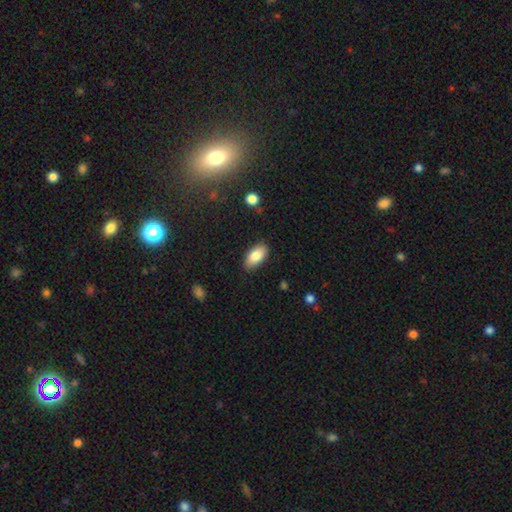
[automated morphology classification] Smooth or featured? smooth (84%)
How rounded? in between (93%)
Merging? none (86%)